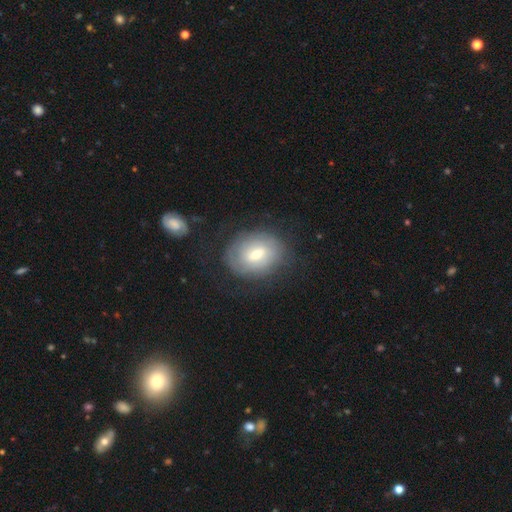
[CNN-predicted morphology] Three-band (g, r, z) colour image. It shows a featured or disk galaxy (46%). Merging: none (74%).